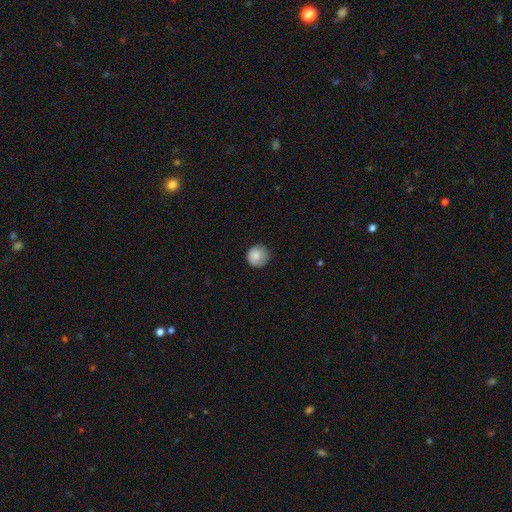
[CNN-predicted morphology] A smooth galaxy with no disk features (84%) that is round (94%). Merging: none (83%).